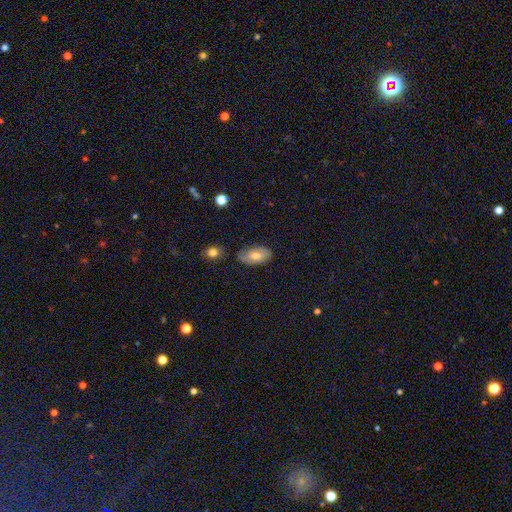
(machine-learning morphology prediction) smooth-or-featured: smooth: 70% | featured or disk: 22% | star or artifact: 8%
  how-rounded: in between: 93% | round: 4% | cigar-shaped: 3%
  merging: none: 72% | minor disturbance: 21% | major disturbance: 4% | merger: 3%